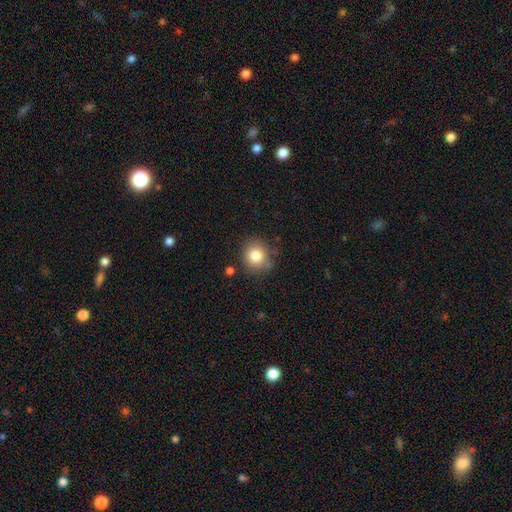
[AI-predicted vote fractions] The model was most divided on "smooth or featured": smooth: 81%, star or artifact: 11%, featured or disk: 8%. More confident: how rounded — round (87%); merging — none (82%).